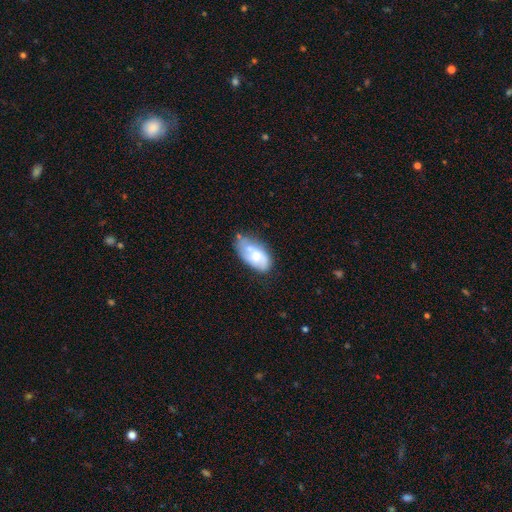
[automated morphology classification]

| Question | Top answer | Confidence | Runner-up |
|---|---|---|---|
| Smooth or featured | smooth | 52% | featured or disk (41%) |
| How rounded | in between | 92% | round (4%) |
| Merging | none | 48% | minor disturbance (28%) |